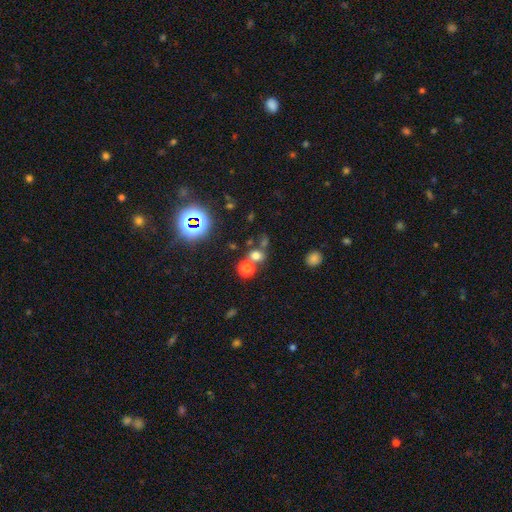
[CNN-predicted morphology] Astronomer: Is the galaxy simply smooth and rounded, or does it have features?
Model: smooth — 65%.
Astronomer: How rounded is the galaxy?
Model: round — 73%.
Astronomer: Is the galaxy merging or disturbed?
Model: none — 57%.